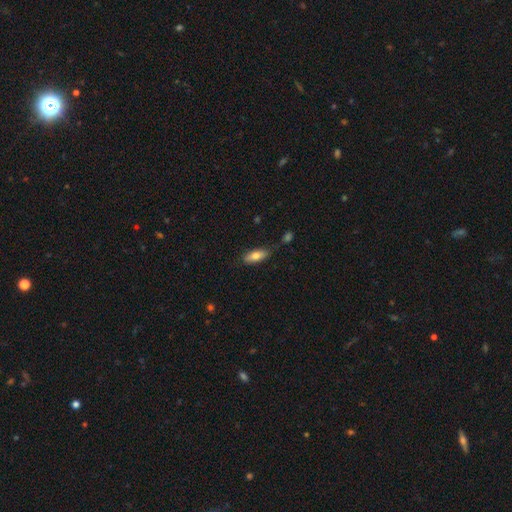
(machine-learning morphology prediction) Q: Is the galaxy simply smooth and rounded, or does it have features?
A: smooth — 75%.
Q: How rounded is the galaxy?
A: in between — 75%.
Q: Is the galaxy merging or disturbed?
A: none — 74%.